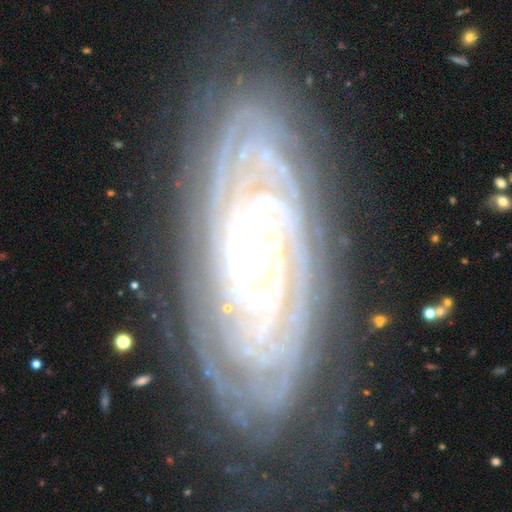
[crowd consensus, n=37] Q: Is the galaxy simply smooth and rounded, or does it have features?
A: featured or disk — 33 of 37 (89%).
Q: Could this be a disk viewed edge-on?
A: no — 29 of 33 (88%).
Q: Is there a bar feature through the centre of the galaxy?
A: weak — 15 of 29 (52%).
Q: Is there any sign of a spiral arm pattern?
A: yes — 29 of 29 (100%).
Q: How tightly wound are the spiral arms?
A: tight — 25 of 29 (86%).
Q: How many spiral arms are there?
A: can't tell — 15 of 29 (52%).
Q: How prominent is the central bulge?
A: moderate — 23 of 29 (79%).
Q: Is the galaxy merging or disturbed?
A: none — 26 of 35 (74%).